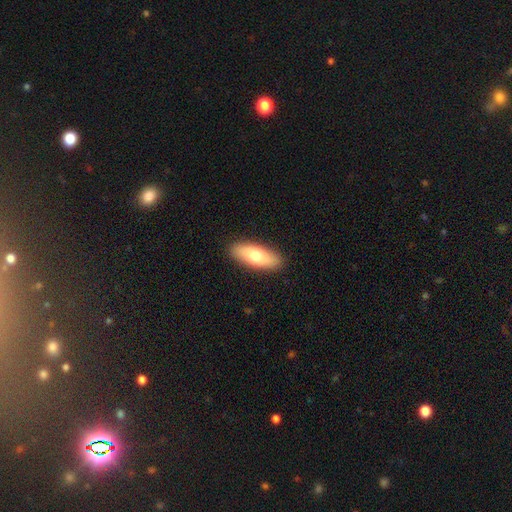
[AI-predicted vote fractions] smooth 72%, featured or disk 22%, star or artifact 5%. Down the decision tree: how rounded — in between (70%); merging — none (89%).